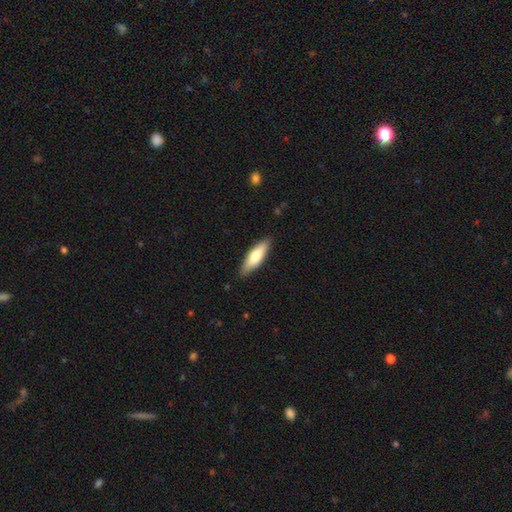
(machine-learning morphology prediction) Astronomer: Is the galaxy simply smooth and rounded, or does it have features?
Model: smooth — 65%.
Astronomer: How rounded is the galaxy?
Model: cigar-shaped — 53% (runner-up: in between, 45%).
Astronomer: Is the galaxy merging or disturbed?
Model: none — 87%.